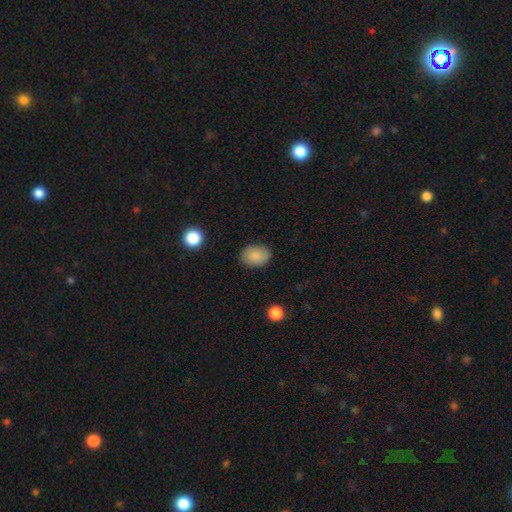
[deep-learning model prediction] Q: Smooth or featured?
A: smooth (87%); runner-up: star or artifact (8%)
Q: How rounded?
A: in between (72%); runner-up: round (27%)
Q: Merging?
A: none (84%); runner-up: minor disturbance (12%)